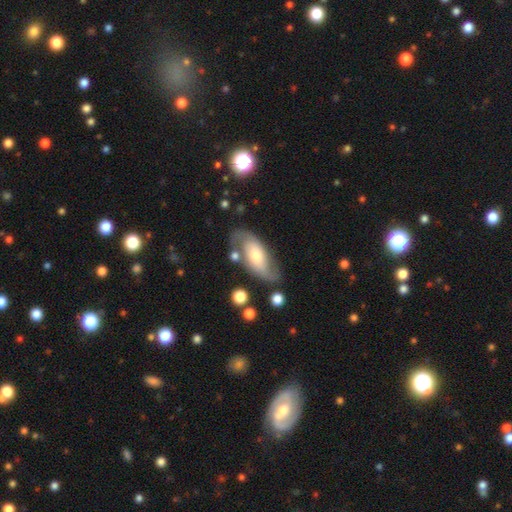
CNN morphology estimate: A featured or disk galaxy (66%) with no bar (61%), 2 (85%) loose (43%) spiral arms (86%) and a moderate central bulge (52%). Merging: none (68%).